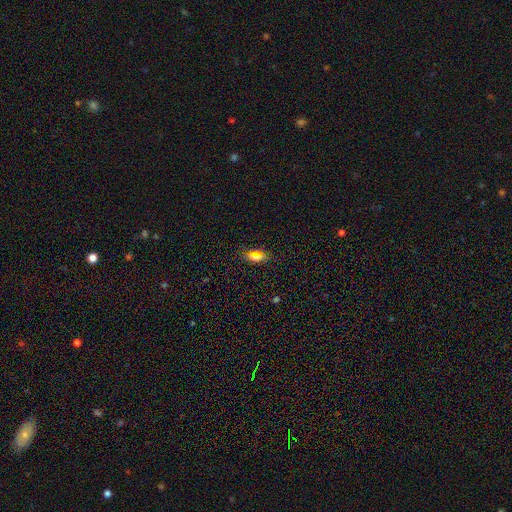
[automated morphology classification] type=smooth (61%); roundness=in between (72%); merging=none (84%).